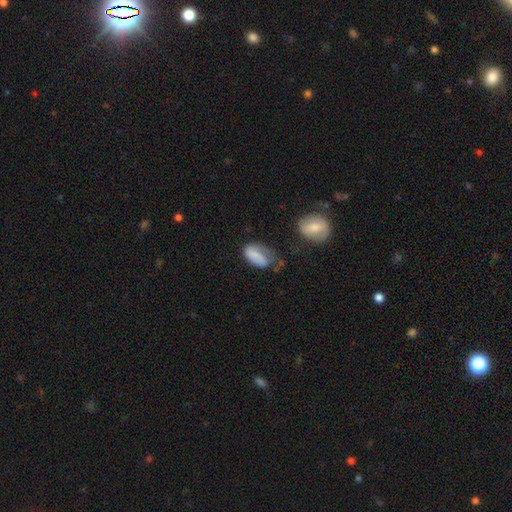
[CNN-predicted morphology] Smooth or featured: smooth — 70% (featured or disk — 22%)
How rounded: in between — 91% (round — 6%)
Merging: none — 38% (minor disturbance — 35%)